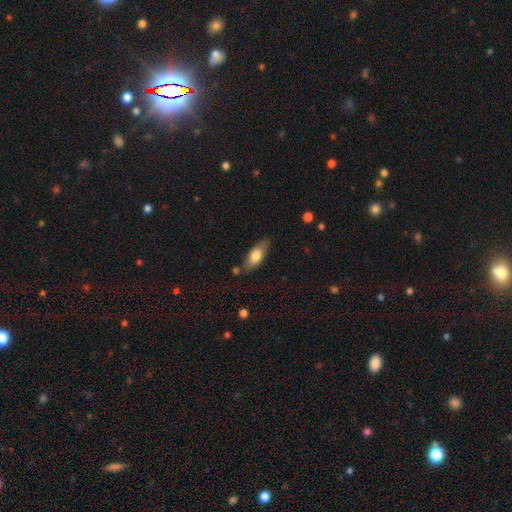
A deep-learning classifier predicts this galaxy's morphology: Q: Smooth or featured?
A: smooth (75%); runner-up: featured or disk (19%)
Q: How rounded?
A: in between (77%); runner-up: cigar-shaped (20%)
Q: Merging?
A: none (75%); runner-up: minor disturbance (17%)